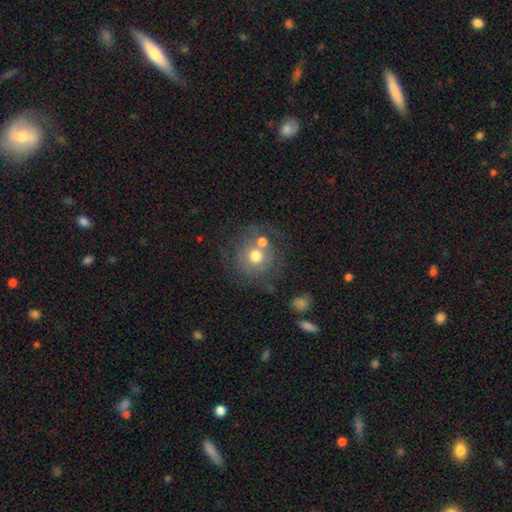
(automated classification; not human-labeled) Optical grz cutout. It shows a smooth galaxy with no disk features (56%) that is round (88%). Merging: none (52%).